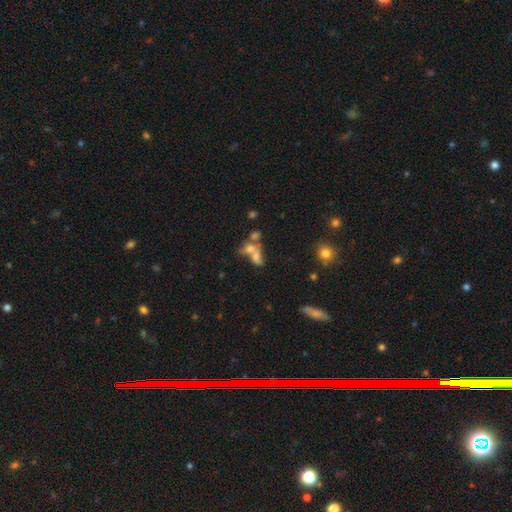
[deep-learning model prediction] Morphology: type=smooth (54%); roundness=in between (72%); merging=merger (62%).